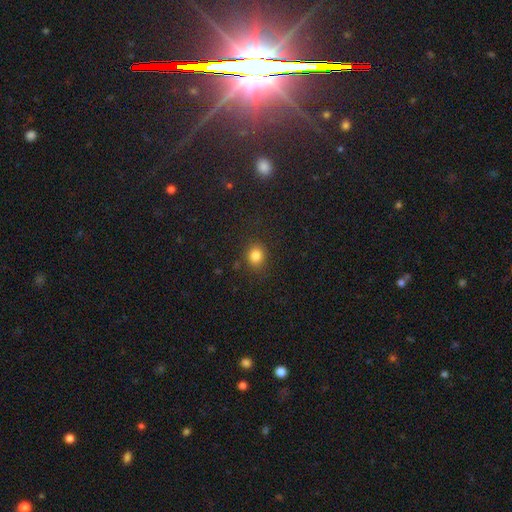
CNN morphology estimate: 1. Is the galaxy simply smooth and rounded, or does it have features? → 83% smooth, 12% star or artifact, 5% featured or disk.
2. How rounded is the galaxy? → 72% round, 27% in between, 1% cigar-shaped.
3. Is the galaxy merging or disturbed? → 84% none, 11% minor disturbance, 4% major disturbance, 2% merger.